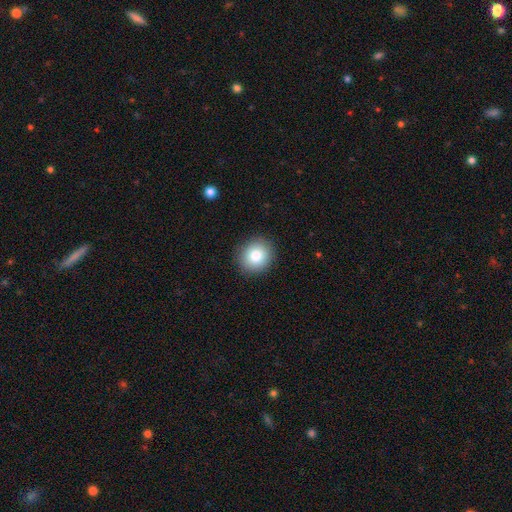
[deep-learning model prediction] Smooth or featured: smooth — 83% (star or artifact — 9%)
How rounded: round — 83% (in between — 16%)
Merging: none — 90% (minor disturbance — 7%)